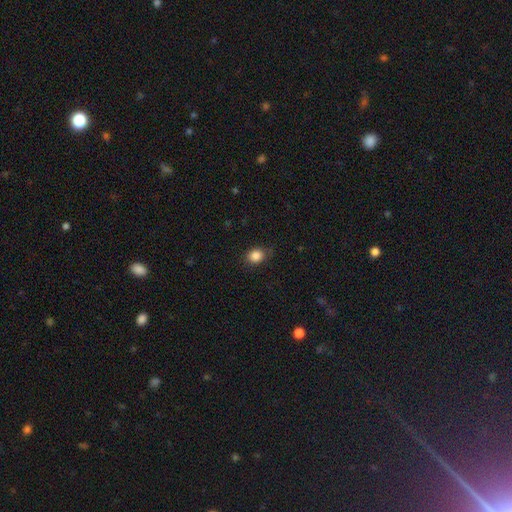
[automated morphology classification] A smooth galaxy with no disk features (86%) that is round (60%).

Vote fractions:
- Smooth or featured? smooth: 86% / star or artifact: 10% / featured or disk: 4%
- How rounded? round: 60% / in between: 39% / cigar-shaped: 1%
- Merging? none: 80% / minor disturbance: 16% / major disturbance: 3% / merger: 1%